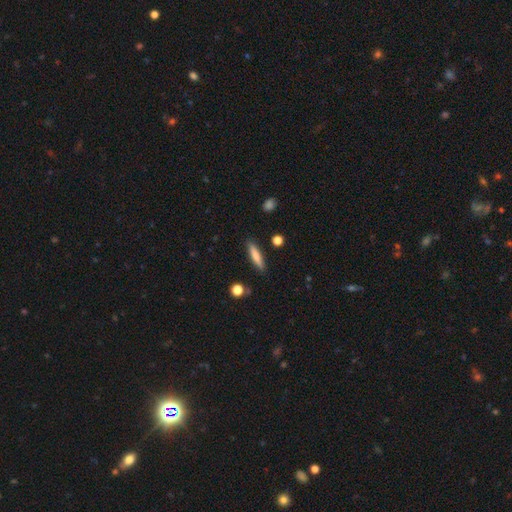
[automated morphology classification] This is likely a smooth galaxy (75%). How rounded: clearly cigar-shaped (84%). Merging: clearly none (87%).